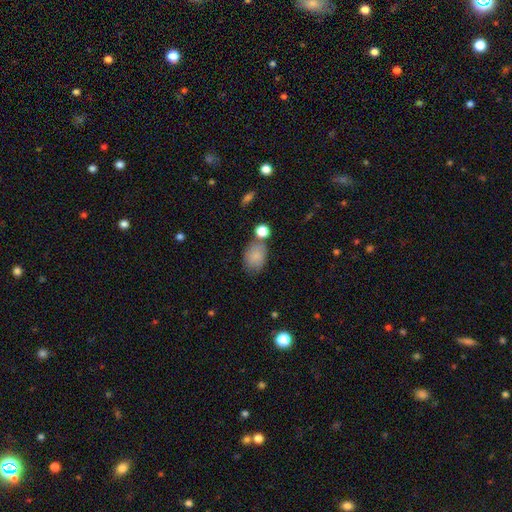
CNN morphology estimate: The model was most divided on "how rounded": in between: 70%, round: 29%, cigar-shaped: 1%. More confident: smooth or featured — smooth (83%); merging — none (62%).